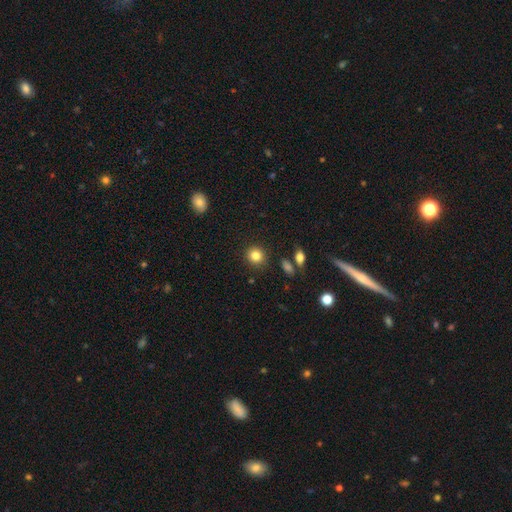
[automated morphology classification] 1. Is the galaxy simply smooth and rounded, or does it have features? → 84% smooth, 11% star or artifact, 6% featured or disk.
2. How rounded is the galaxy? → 88% round, 11% in between, 1% cigar-shaped.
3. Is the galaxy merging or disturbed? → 88% none, 7% minor disturbance, 2% major disturbance, 2% merger.